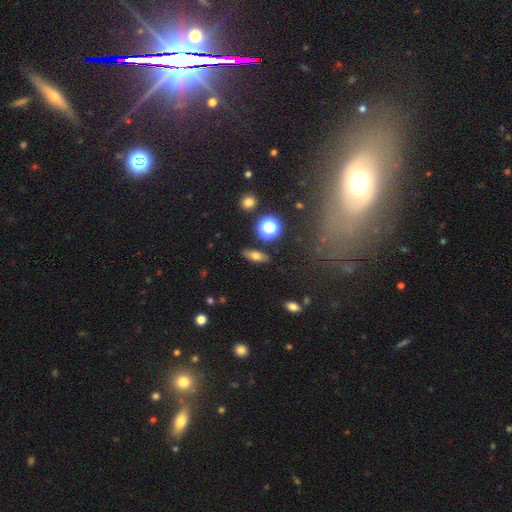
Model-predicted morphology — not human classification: This appears to be a smooth galaxy with no disk features (60%) that is in between round and cigar-shaped (64%). Merging: none (85%).